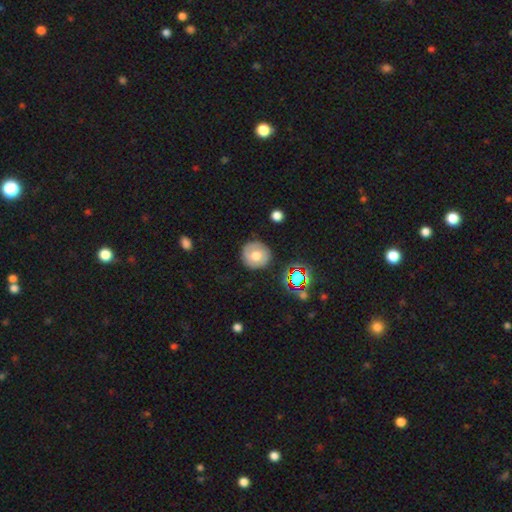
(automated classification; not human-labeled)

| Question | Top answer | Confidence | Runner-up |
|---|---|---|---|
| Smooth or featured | smooth | 58% | featured or disk (30%) |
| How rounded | round | 89% | in between (10%) |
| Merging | none | 81% | minor disturbance (13%) |